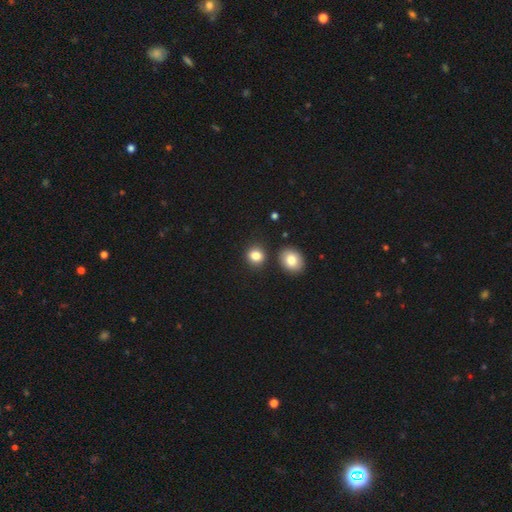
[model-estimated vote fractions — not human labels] smooth-or-featured: smooth: 84% | star or artifact: 11% | featured or disk: 6%
  how-rounded: round: 78% | in between: 21% | cigar-shaped: 1%
  merging: none: 82% | minor disturbance: 8% | merger: 7% | major disturbance: 3%